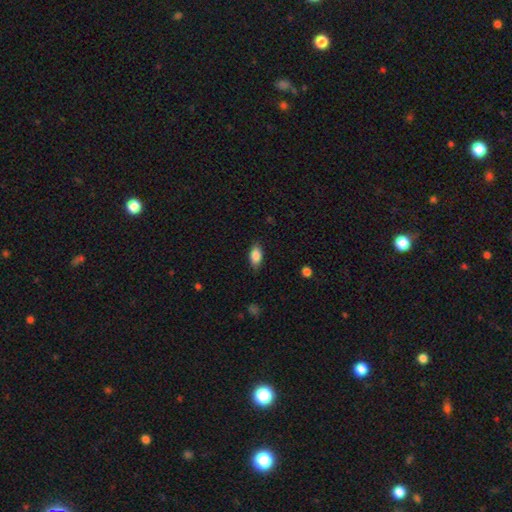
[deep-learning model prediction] Smooth or featured?
  - smooth: 87% *
  - star or artifact: 7%
  - featured or disk: 6%
How rounded?
  - in between: 90% *
  - cigar-shaped: 5%
  - round: 5%
Merging?
  - none: 83% *
  - minor disturbance: 13%
  - major disturbance: 3%
  - merger: 1%